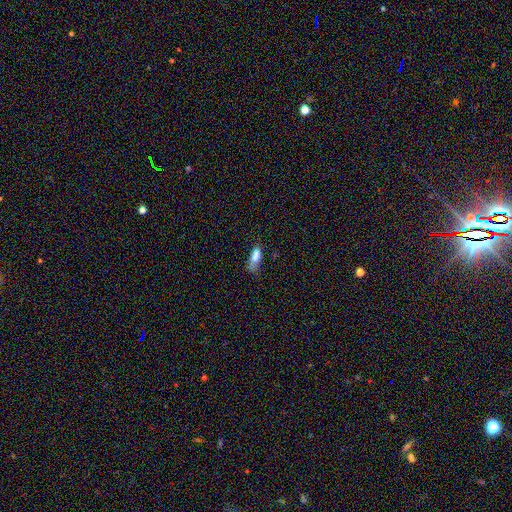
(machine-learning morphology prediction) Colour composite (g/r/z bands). It shows a smooth galaxy with no disk features (76%) that is in between round and cigar-shaped (72%). Merging: minor disturbance (32%).